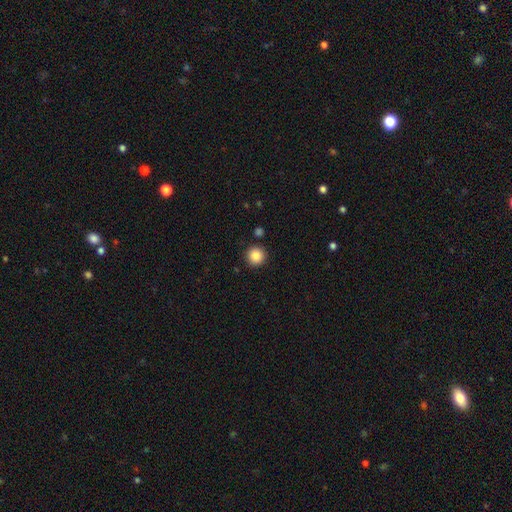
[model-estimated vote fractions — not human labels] smooth 86%, star or artifact 10%, featured or disk 4%. Down the decision tree: how rounded — round (95%); merging — none (91%).